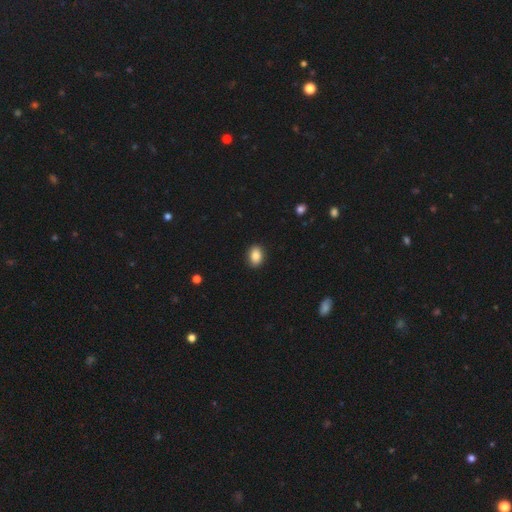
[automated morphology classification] type=smooth (87%); roundness=in between (78%); merging=none (90%).